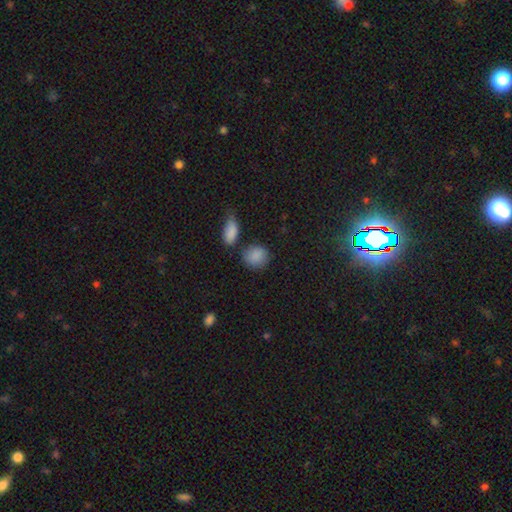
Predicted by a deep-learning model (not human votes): Smooth or featured?
  - smooth: 88% *
  - star or artifact: 8%
  - featured or disk: 4%
How rounded?
  - round: 68% *
  - in between: 30%
  - cigar-shaped: 2%
Merging?
  - none: 72% *
  - minor disturbance: 14%
  - merger: 9%
  - major disturbance: 4%